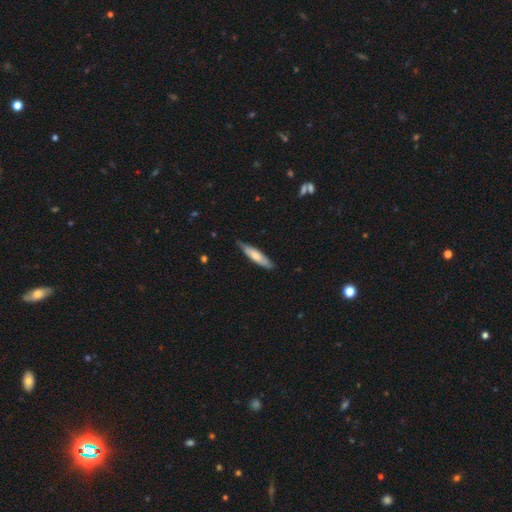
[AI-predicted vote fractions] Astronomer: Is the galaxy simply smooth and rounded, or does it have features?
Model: smooth — 63%.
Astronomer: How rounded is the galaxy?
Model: cigar-shaped — 79%.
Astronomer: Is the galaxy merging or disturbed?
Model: none — 76%.